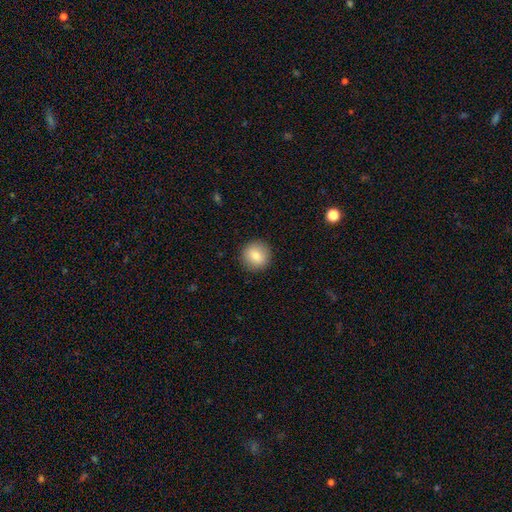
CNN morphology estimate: type=smooth (83%); roundness=round (93%); merging=none (91%).